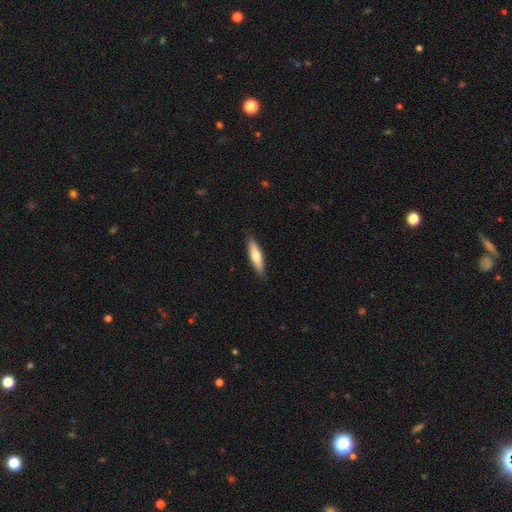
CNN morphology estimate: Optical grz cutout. It shows a smooth galaxy with no disk features (62%) that is cigar-shaped (69%). Merging: none (89%).